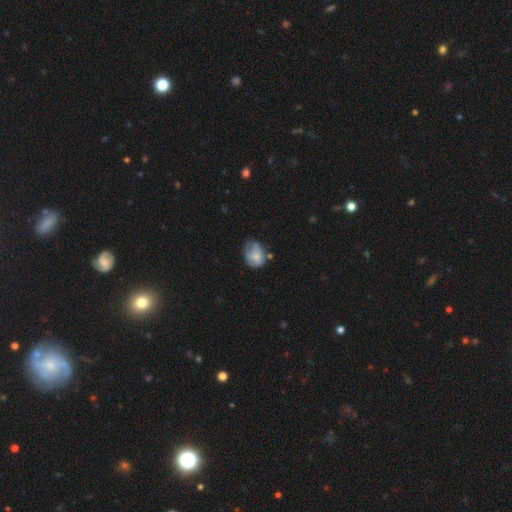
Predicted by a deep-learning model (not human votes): Q: Smooth or featured?
A: smooth (62%); runner-up: featured or disk (30%)
Q: How rounded?
A: in between (50%); runner-up: round (49%)
Q: Merging?
A: none (43%); runner-up: minor disturbance (35%)